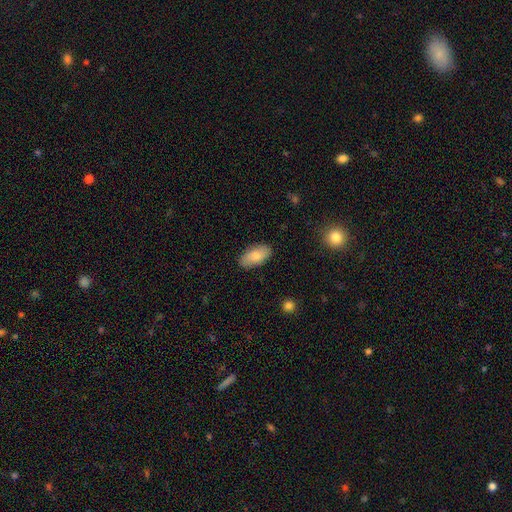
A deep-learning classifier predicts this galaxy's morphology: Overall: smooth (79%). How rounded: in between (94%). Merging: none (85%).